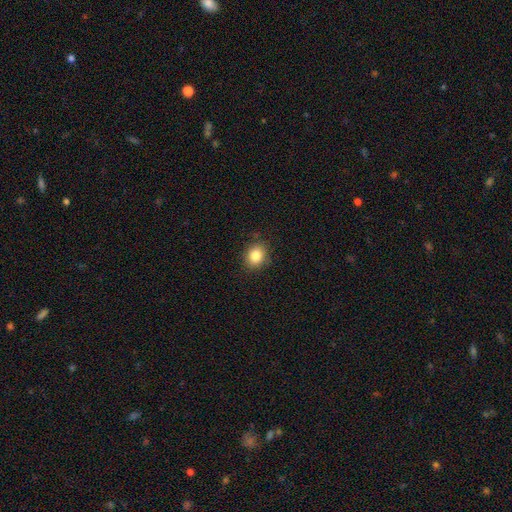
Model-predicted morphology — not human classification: Q: Smooth or featured?
A: smooth (83%); runner-up: star or artifact (10%)
Q: How rounded?
A: round (64%); runner-up: in between (35%)
Q: Merging?
A: none (86%); runner-up: minor disturbance (10%)